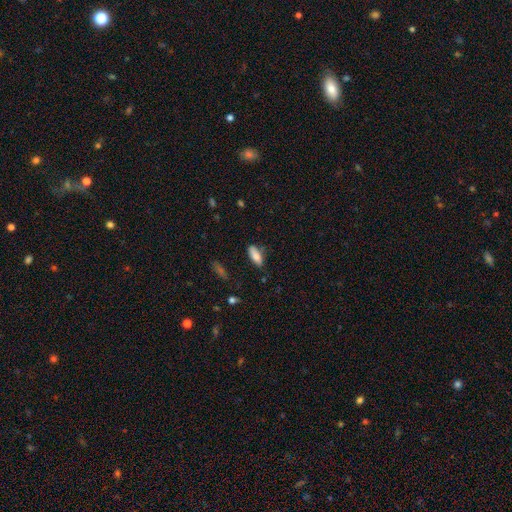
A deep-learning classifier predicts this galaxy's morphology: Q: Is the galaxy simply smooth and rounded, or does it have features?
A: smooth — 80%.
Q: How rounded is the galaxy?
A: in between — 74%.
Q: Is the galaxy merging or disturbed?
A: none — 67%.